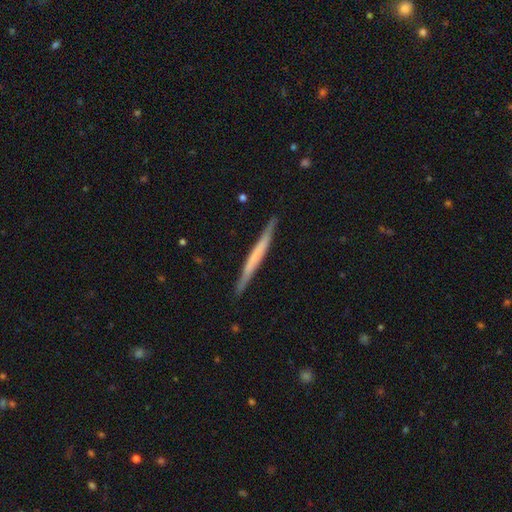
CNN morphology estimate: This appears to be a featured or disk galaxy (53%) viewed edge-on (97%) with no central bulge (78%). Merging: none (90%).